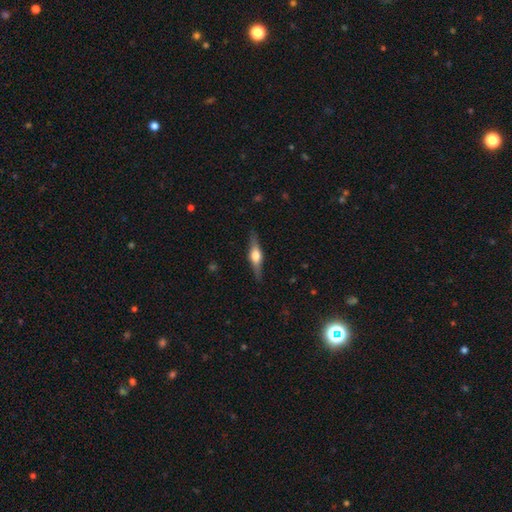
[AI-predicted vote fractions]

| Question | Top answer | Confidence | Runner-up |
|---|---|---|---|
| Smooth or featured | featured or disk | 68% | smooth (27%) |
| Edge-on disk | yes | 96% | no (4%) |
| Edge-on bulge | rounded | 92% | boxy (6%) |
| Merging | none | 87% | minor disturbance (9%) |